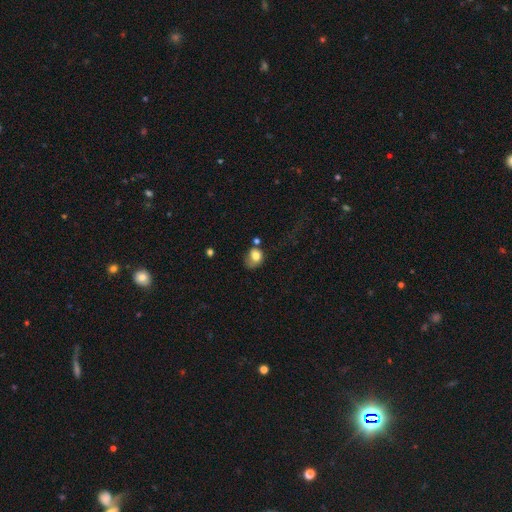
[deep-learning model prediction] Smooth or featured? Predicted: smooth (p=0.75). How rounded? Predicted: round (p=0.51). Merging? Predicted: none (p=0.32).